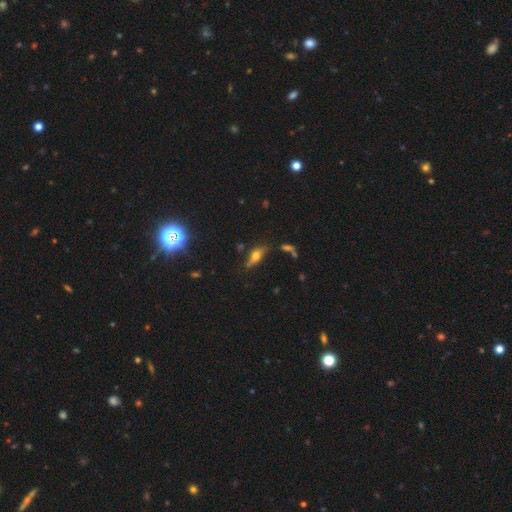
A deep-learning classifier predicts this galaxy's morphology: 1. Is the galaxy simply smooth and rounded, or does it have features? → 46% smooth, 41% featured or disk, 13% star or artifact.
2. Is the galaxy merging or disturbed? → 66% none, 19% minor disturbance, 7% major disturbance, 7% merger.